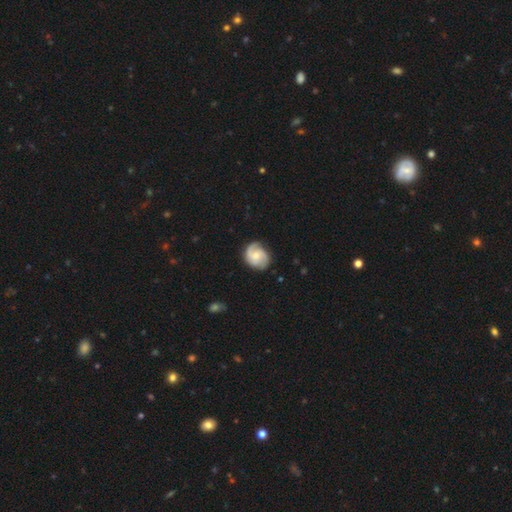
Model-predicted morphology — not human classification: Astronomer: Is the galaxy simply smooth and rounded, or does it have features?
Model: featured or disk — 74%.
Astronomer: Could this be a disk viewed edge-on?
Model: no — 98%.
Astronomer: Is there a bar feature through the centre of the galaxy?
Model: no — 61%.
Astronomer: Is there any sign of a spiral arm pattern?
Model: yes — 96%.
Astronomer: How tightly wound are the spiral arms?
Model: medium — 45% (runner-up: tight, 37%).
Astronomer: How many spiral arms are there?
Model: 2 — 69%.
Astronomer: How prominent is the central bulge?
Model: moderate — 47% (runner-up: small, 44%).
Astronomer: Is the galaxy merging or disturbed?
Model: none — 76%.